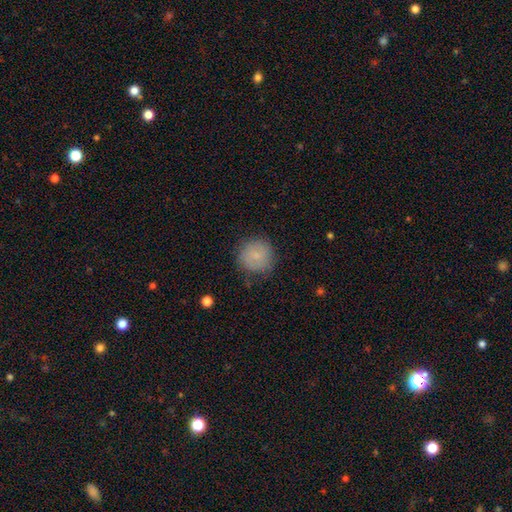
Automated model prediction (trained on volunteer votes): smooth_or_featured: smooth (p=0.79) [alt: featured or disk p=0.13]
how_rounded: round (p=0.93) [alt: in between p=0.06]
merging: none (p=0.78) [alt: minor disturbance p=0.16]